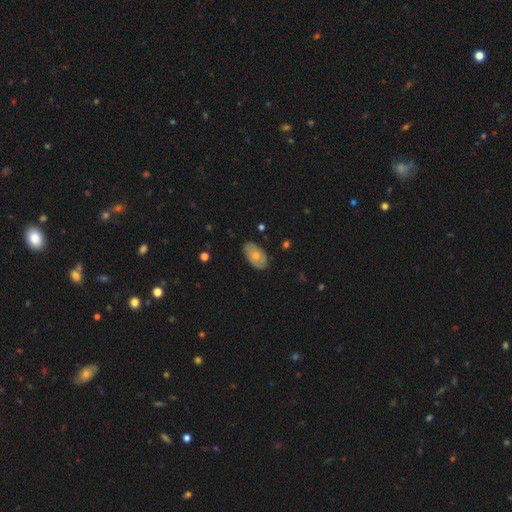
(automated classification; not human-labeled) Smooth or featured? Predicted: smooth (p=0.55). How rounded? Predicted: in between (p=0.91). Merging? Predicted: none (p=0.81).